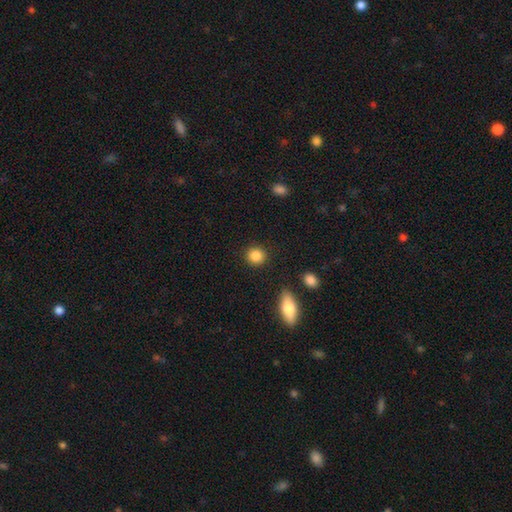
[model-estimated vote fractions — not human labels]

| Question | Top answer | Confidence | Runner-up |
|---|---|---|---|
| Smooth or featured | smooth | 87% | star or artifact (9%) |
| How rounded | round | 87% | in between (12%) |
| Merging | none | 89% | minor disturbance (6%) |